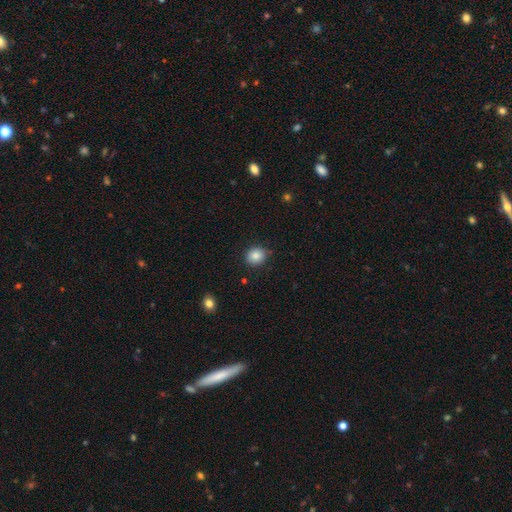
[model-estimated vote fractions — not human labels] Smooth or featured? smooth (85%)
How rounded? round (77%)
Merging? none (85%)